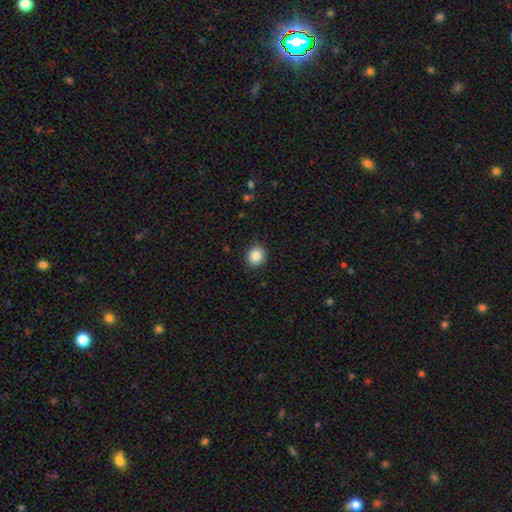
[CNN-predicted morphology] Smooth or featured? smooth (87%)
How rounded? round (82%)
Merging? none (90%)